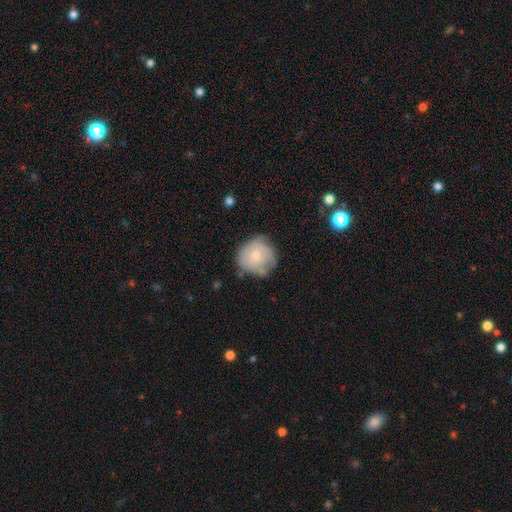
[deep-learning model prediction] Smooth or featured: smooth — 62% (featured or disk — 31%)
How rounded: round — 86% (in between — 13%)
Merging: none — 54% (minor disturbance — 32%)